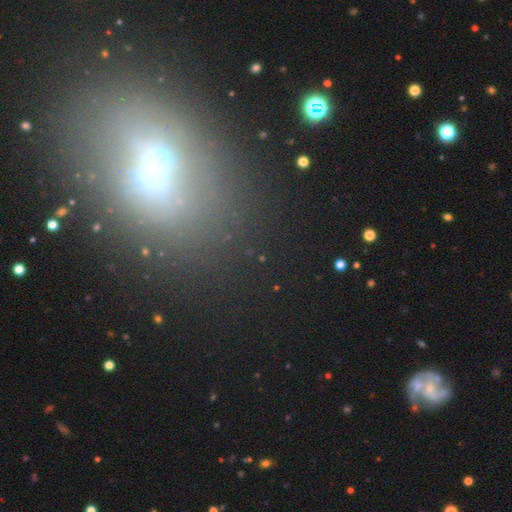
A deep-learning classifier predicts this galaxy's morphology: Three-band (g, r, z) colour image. It shows a star or artifact, not a galaxy (37%, tied with smooth).